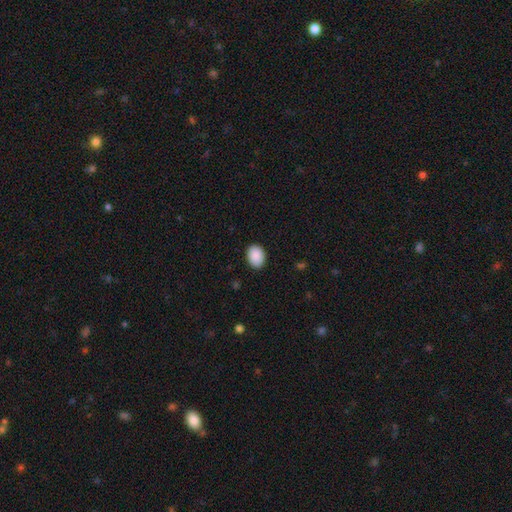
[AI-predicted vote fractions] smooth_or_featured: smooth (p=0.90) [alt: star or artifact p=0.07]
how_rounded: in between (p=0.71) [alt: round p=0.28]
merging: none (p=0.89) [alt: minor disturbance p=0.08]